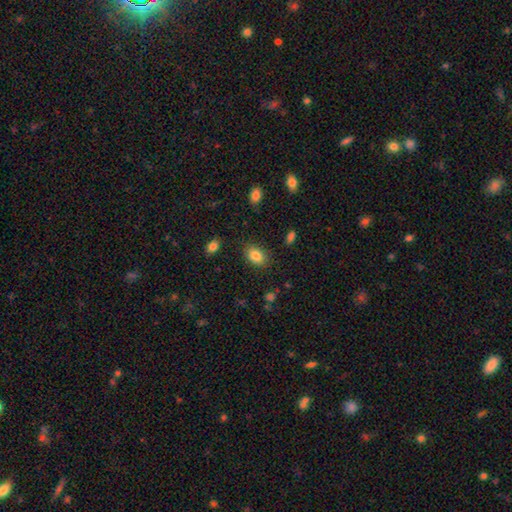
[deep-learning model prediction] A smooth galaxy with no disk features (85%) that is in between round and cigar-shaped (82%). Merging: none (82%).